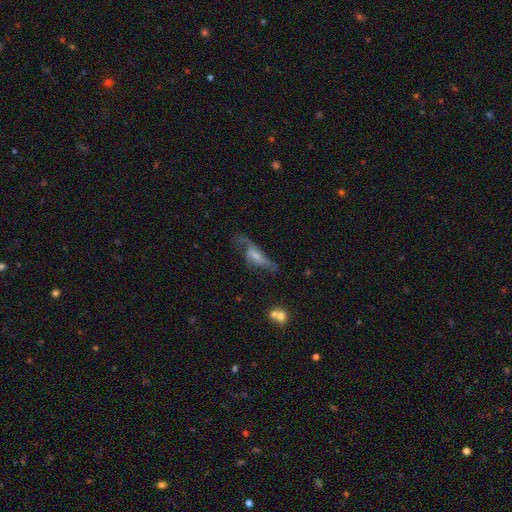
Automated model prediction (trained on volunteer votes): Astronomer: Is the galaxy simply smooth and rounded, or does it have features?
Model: featured or disk — 57% (runner-up: smooth, 34%).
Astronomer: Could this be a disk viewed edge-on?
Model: no — 75%.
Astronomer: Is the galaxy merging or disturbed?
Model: major disturbance — 40% (runner-up: none, 31%).